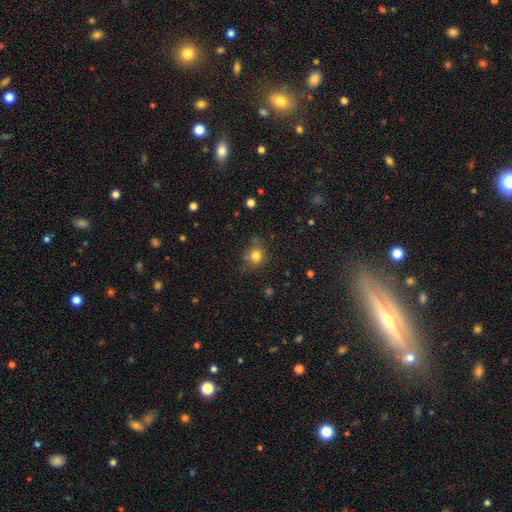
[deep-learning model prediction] smooth-or-featured: smooth: 80% | star or artifact: 13% | featured or disk: 7%
  how-rounded: round: 79% | in between: 20% | cigar-shaped: 1%
  merging: none: 68% | minor disturbance: 19% | merger: 7% | major disturbance: 6%